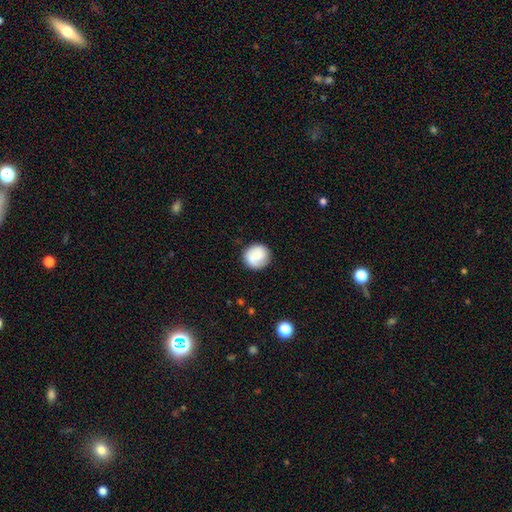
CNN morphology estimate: type=smooth (70%); roundness=round (89%); merging=none (84%).